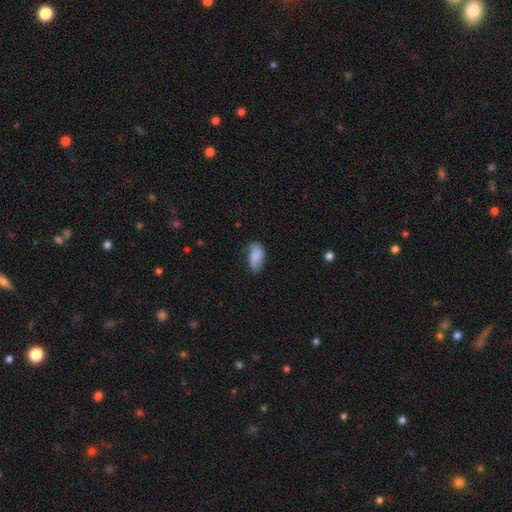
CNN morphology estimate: Q: Smooth or featured?
A: smooth (82%); runner-up: featured or disk (11%)
Q: How rounded?
A: in between (93%); runner-up: cigar-shaped (4%)
Q: Merging?
A: none (55%); runner-up: minor disturbance (34%)